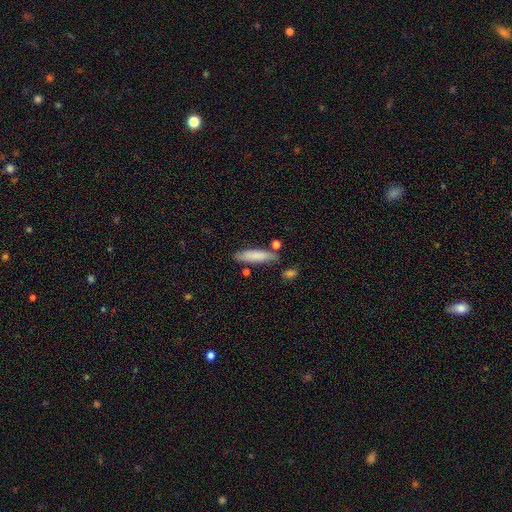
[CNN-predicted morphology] Smooth or featured? Predicted: smooth (p=0.79). How rounded? Predicted: cigar-shaped (p=0.60). Merging? Predicted: none (p=0.73).